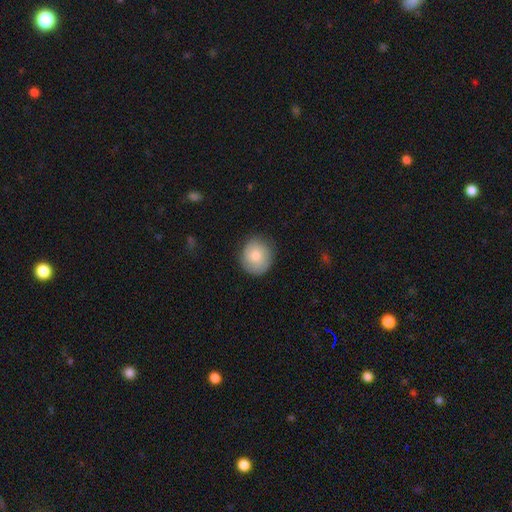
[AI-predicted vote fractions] Smooth or featured? Predicted: smooth (p=0.75). How rounded? Predicted: round (p=0.84). Merging? Predicted: none (p=0.82).